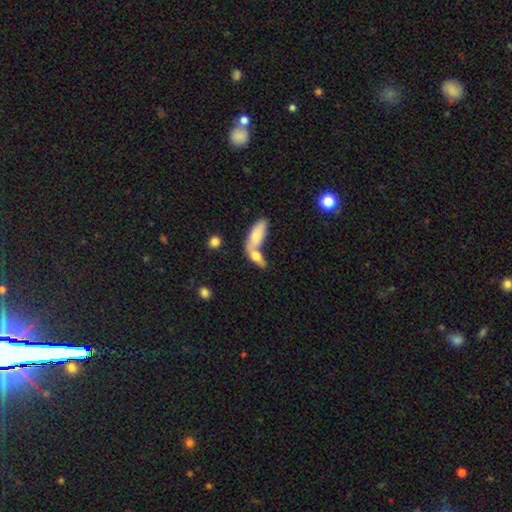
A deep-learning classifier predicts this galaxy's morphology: Overall: smooth (70%). How rounded: in between (68%). Merging: merger (60%; none 27%).